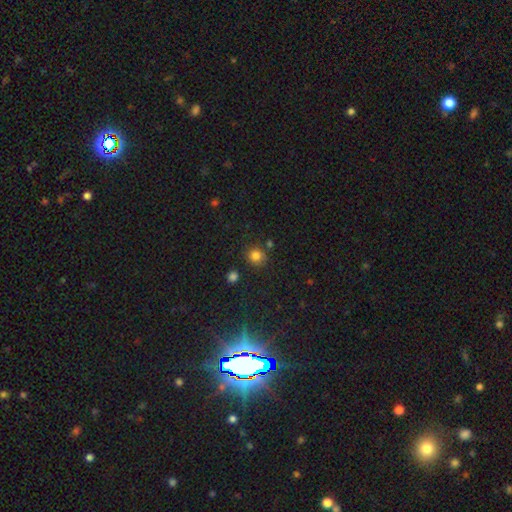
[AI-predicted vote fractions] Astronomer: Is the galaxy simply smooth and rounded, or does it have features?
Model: smooth — 81%.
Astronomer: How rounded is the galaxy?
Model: round — 85%.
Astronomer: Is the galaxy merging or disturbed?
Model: none — 81%.